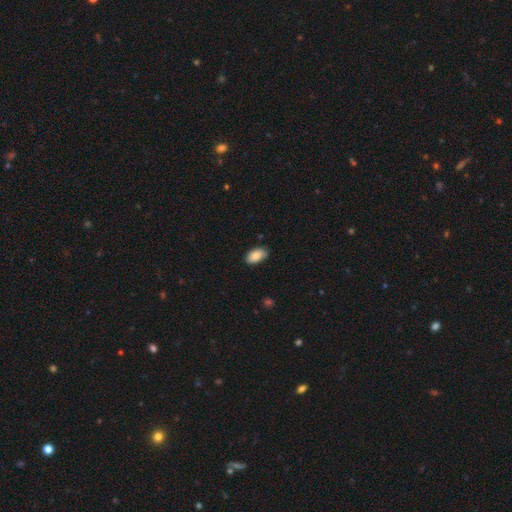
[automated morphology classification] type=smooth (86%); roundness=in between (94%); merging=none (83%).